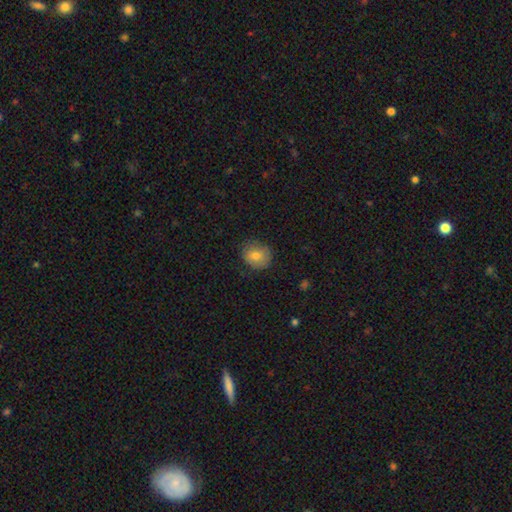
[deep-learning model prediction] Smooth or featured? smooth (78%)
How rounded? round (76%)
Merging? none (79%)